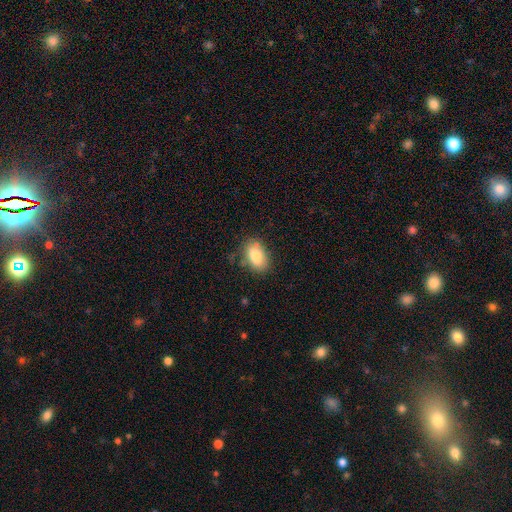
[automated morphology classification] Smooth or featured?
  - smooth: 82% *
  - featured or disk: 11%
  - star or artifact: 8%
How rounded?
  - in between: 88% *
  - round: 10%
  - cigar-shaped: 2%
Merging?
  - none: 76% *
  - minor disturbance: 18%
  - major disturbance: 4%
  - merger: 2%